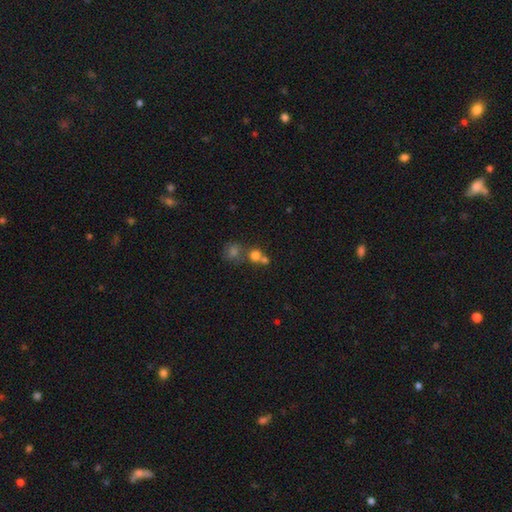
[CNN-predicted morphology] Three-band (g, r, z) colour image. It shows a smooth galaxy with no disk features (73%) that is round (86%). Merging: none (46%).